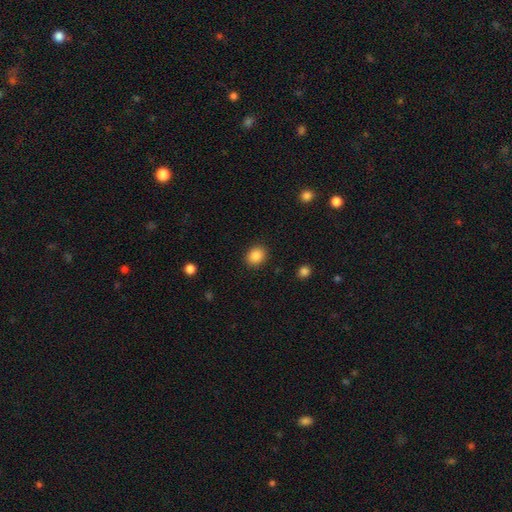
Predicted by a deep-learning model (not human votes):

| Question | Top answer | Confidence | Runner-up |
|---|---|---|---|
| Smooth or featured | smooth | 87% | star or artifact (9%) |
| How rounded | round | 61% | in between (38%) |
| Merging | none | 90% | minor disturbance (7%) |